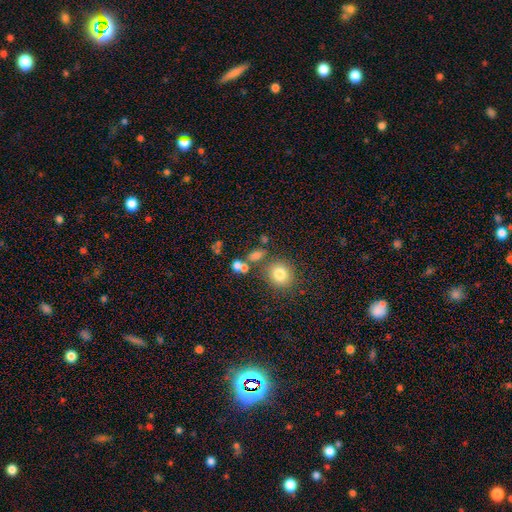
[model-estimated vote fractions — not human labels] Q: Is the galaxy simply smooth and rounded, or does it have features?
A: smooth — 73%.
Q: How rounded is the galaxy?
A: in between — 52%.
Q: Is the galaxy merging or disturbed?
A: none — 57%.